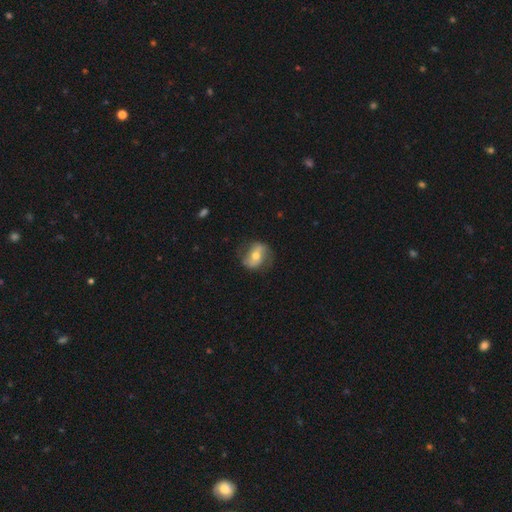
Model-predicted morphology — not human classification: featured or disk 60%, smooth 33%, star or artifact 7%. Down the decision tree: edge-on disk — no (95%); bar — no (39%); spiral arms — yes (79%); bulge size — moderate (66%); merging — none (71%).